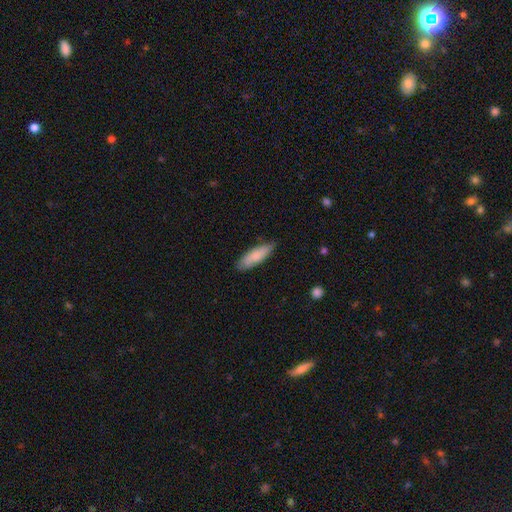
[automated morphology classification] The model was most divided on "how rounded": cigar-shaped: 50%, in between: 48%, round: 2%. More confident: merging — none (81%); smooth or featured — smooth (80%).